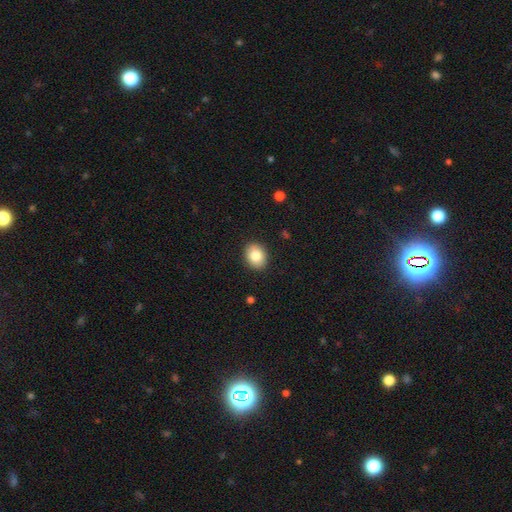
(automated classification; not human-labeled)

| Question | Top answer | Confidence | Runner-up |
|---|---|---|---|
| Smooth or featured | smooth | 82% | featured or disk (10%) |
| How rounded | in between | 52% | round (47%) |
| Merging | none | 90% | minor disturbance (7%) |